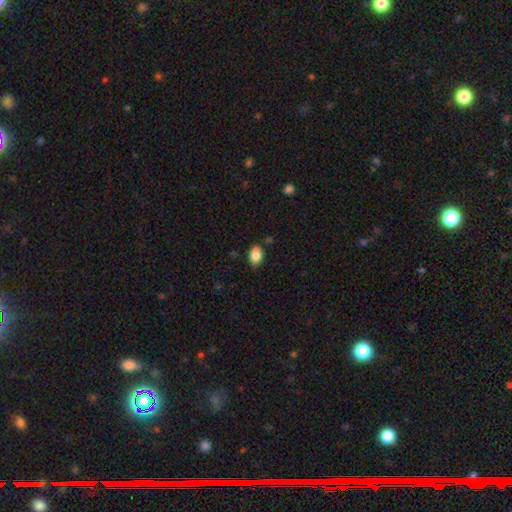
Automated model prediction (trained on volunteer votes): This is clearly a smooth galaxy (87%). How rounded: clearly in between (88%). Merging: likely none (79%).